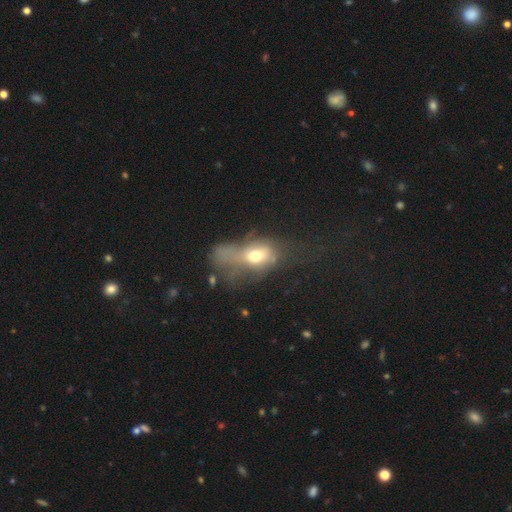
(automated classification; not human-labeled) smooth-or-featured: smooth: 55% | featured or disk: 32% | star or artifact: 13%
  how-rounded: in between: 72% | round: 23% | cigar-shaped: 4%
  merging: major disturbance: 60% | none: 15% | minor disturbance: 15% | merger: 10%